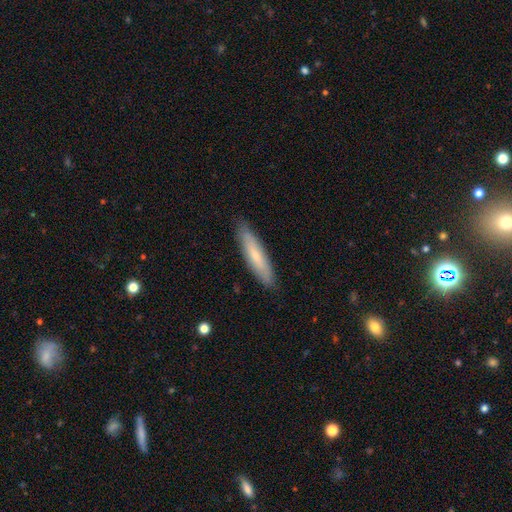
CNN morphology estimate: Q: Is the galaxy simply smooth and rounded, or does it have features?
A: smooth — 66%.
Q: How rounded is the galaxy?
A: cigar-shaped — 80%.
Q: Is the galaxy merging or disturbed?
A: none — 88%.